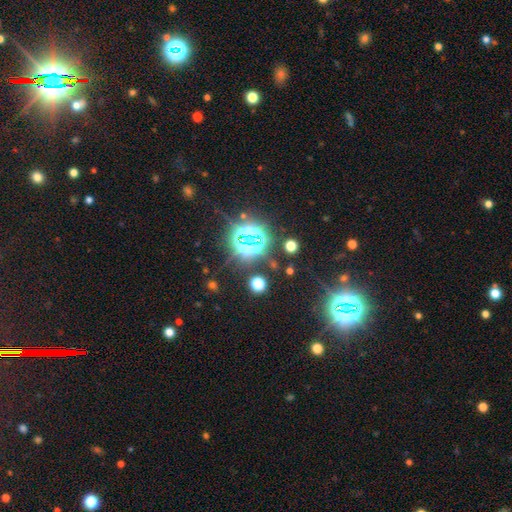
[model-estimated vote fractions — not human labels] Overall: star or artifact (80%).